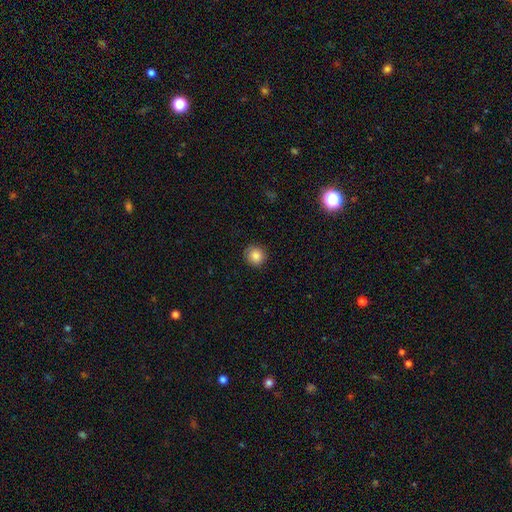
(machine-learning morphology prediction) A smooth galaxy with no disk features (86%) that is round (92%).

Vote fractions:
- Smooth or featured? smooth: 86% / star or artifact: 10% / featured or disk: 4%
- How rounded? round: 92% / in between: 7% / cigar-shaped: 1%
- Merging? none: 90% / minor disturbance: 7% / major disturbance: 2% / merger: 1%